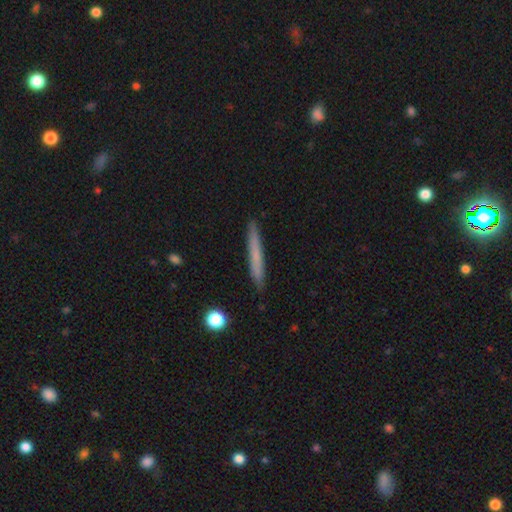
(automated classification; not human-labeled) Morphology: type=smooth (66%); roundness=cigar-shaped (96%); merging=none (90%).